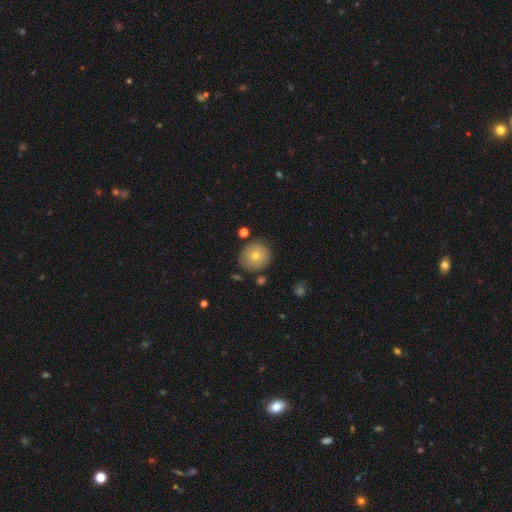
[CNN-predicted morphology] Q: Smooth or featured?
A: smooth (72%); runner-up: featured or disk (18%)
Q: How rounded?
A: round (89%); runner-up: in between (10%)
Q: Merging?
A: none (83%); runner-up: minor disturbance (11%)